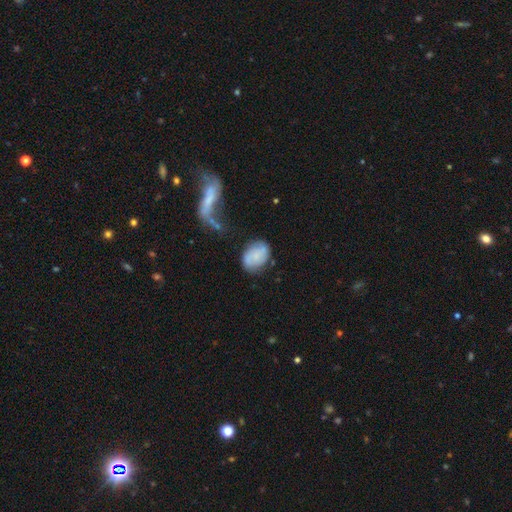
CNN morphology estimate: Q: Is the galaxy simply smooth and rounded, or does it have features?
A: smooth — 59%.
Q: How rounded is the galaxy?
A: in between — 74%.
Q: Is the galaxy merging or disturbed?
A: none — 67%.